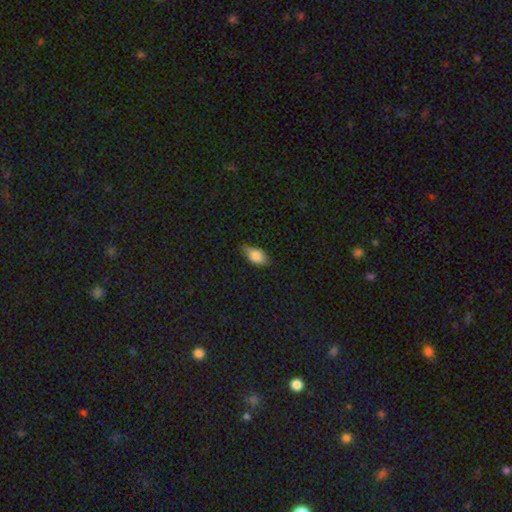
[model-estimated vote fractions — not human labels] Q: Smooth or featured?
A: smooth (82%); runner-up: featured or disk (10%)
Q: How rounded?
A: in between (89%); runner-up: round (6%)
Q: Merging?
A: none (63%); runner-up: minor disturbance (31%)